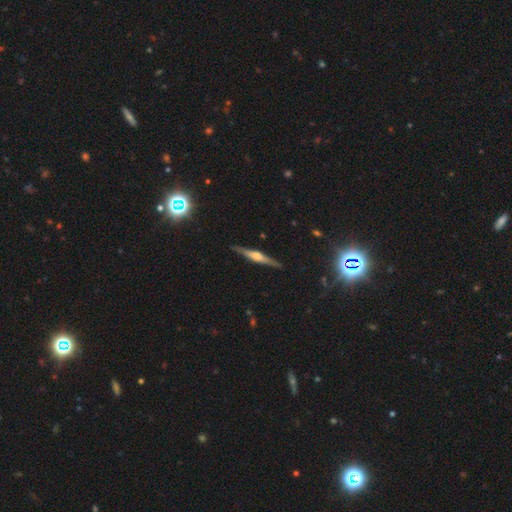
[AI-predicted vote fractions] smooth-or-featured: featured or disk: 76% | smooth: 15% | star or artifact: 8%
  disk-edge-on: yes: 98% | no: 2%
    edge-on-bulge: rounded: 83% | boxy: 12% | none: 5%
  merging: none: 90% | minor disturbance: 7% | major disturbance: 2% | merger: 1%